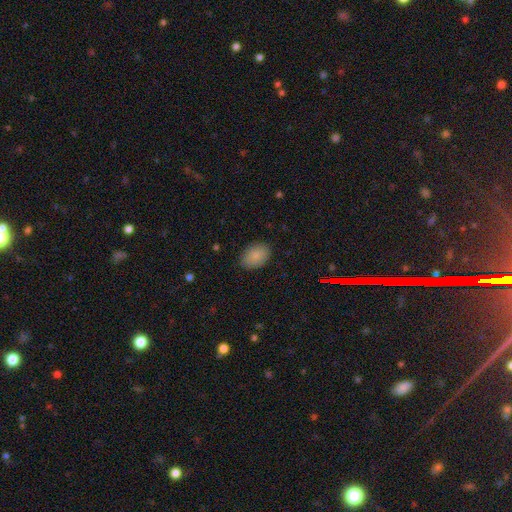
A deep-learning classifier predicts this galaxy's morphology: This appears to be a smooth galaxy with no disk features (85%) that is in between round and cigar-shaped (82%). Merging: none (85%).